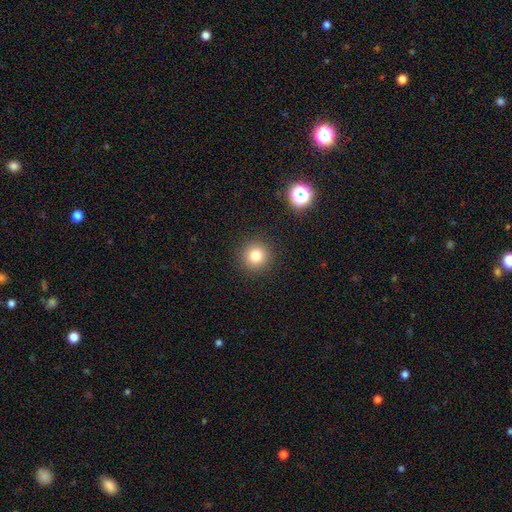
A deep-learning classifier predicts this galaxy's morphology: This appears to be a smooth galaxy with no disk features (80%) that is round (94%). Merging: none (91%).